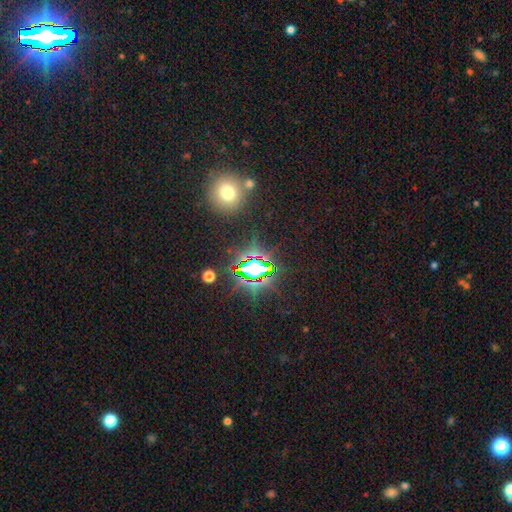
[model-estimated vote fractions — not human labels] Smooth or featured? Predicted: star or artifact (p=0.74).